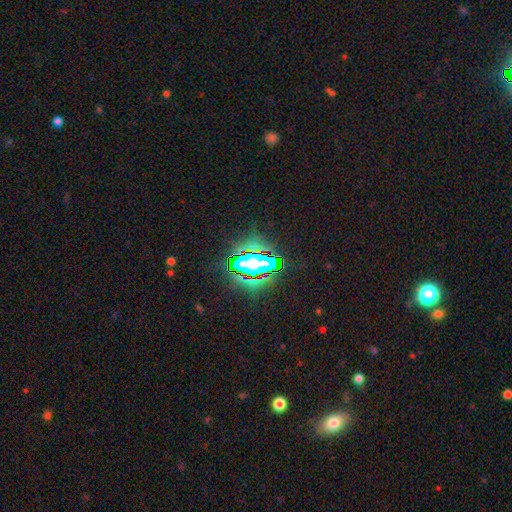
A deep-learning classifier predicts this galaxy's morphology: smooth-or-featured: star or artifact: 79% | smooth: 13% | featured or disk: 9%